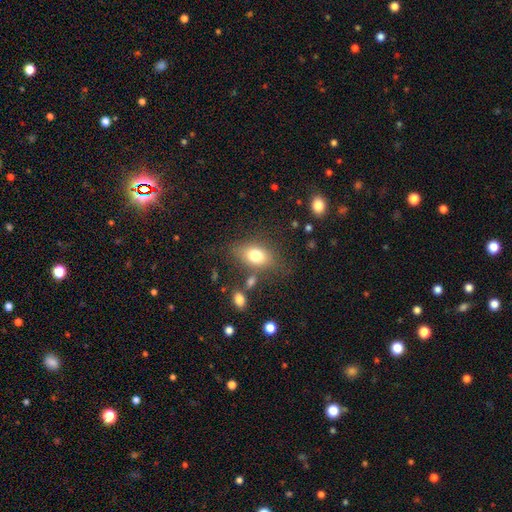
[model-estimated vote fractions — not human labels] Smooth or featured?
  - smooth: 77% *
  - featured or disk: 14%
  - star or artifact: 9%
How rounded?
  - in between: 81% *
  - round: 16%
  - cigar-shaped: 3%
Merging?
  - none: 71% *
  - minor disturbance: 16%
  - major disturbance: 7%
  - merger: 6%